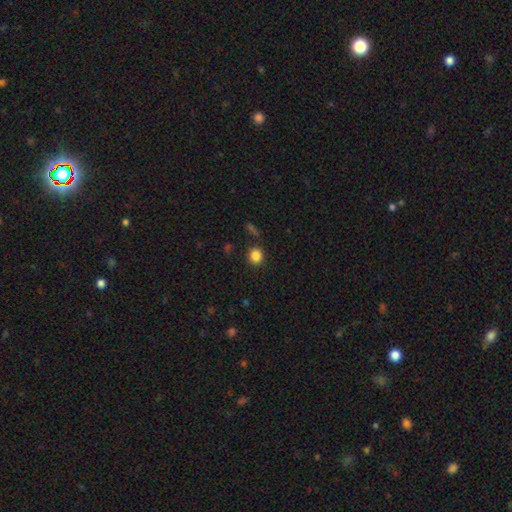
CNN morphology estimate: Smooth or featured? Predicted: smooth (p=0.85). How rounded? Predicted: round (p=0.84). Merging? Predicted: none (p=0.86).